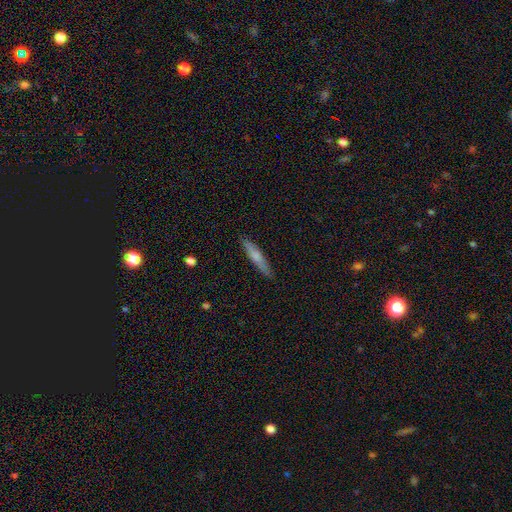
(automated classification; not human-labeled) Smooth or featured? Predicted: smooth (p=0.64). How rounded? Predicted: cigar-shaped (p=0.90). Merging? Predicted: none (p=0.88).